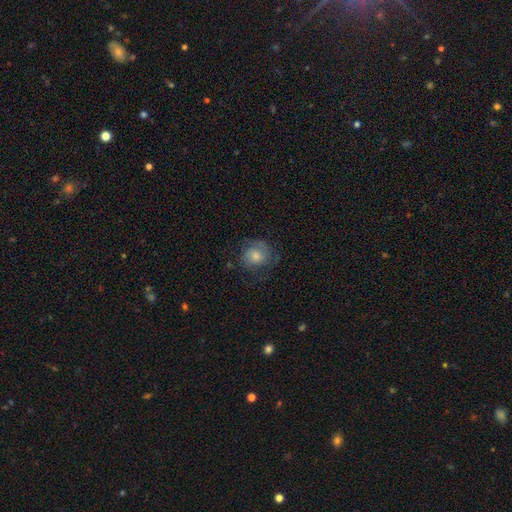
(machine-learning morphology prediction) This is possibly a smooth galaxy (50%). Merging: likely none (64%).